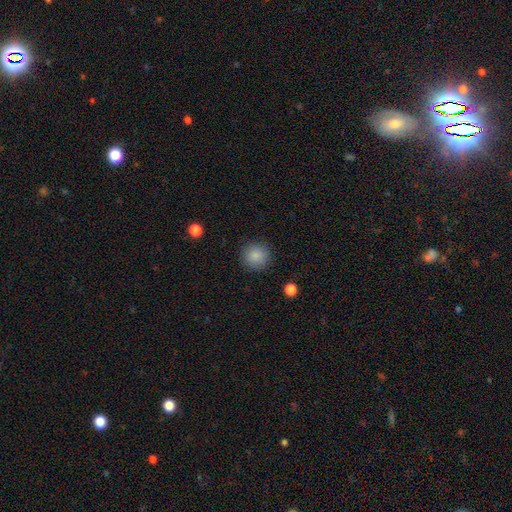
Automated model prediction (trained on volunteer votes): Smooth or featured? Predicted: smooth (p=0.87). How rounded? Predicted: round (p=0.94). Merging? Predicted: none (p=0.90).